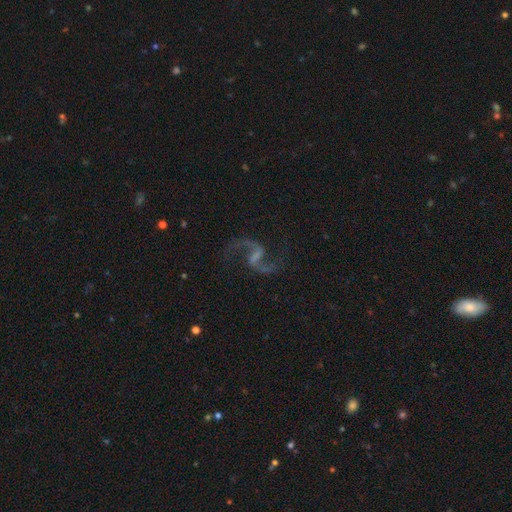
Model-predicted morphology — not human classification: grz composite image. It shows a featured or disk galaxy (90%) with a weak bar (51%), 2 (94%) loose (65%) spiral arms (98%) and a small central bulge (48%). Merging: none (81%).